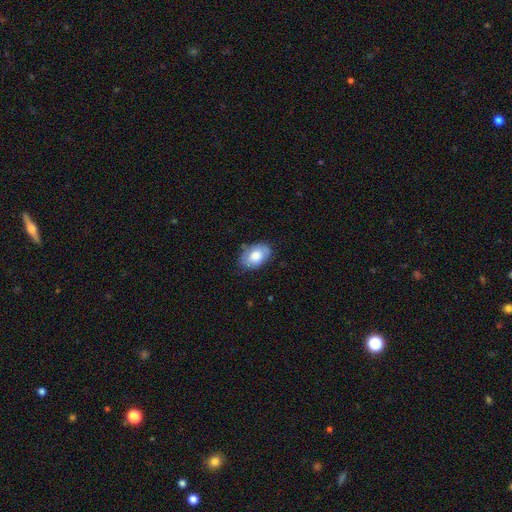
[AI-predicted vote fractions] The model was most divided on "merging": none: 73%, minor disturbance: 21%, major disturbance: 4%, merger: 1%. More confident: how rounded — in between (90%); smooth or featured — smooth (73%).